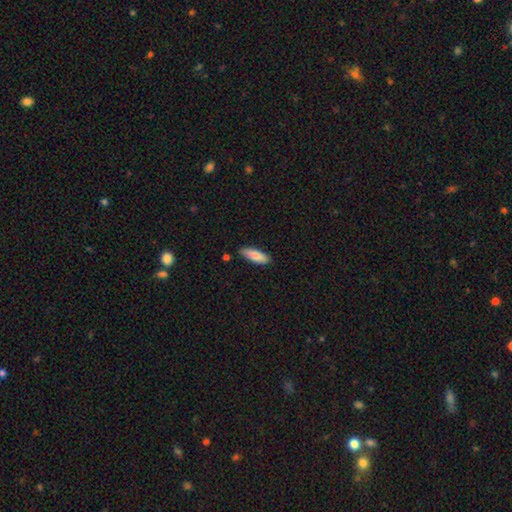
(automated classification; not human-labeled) smooth_or_featured: smooth (p=0.86) [alt: featured or disk p=0.09]
how_rounded: in between (p=0.59) [alt: cigar-shaped p=0.39]
merging: none (p=0.84) [alt: minor disturbance p=0.12]